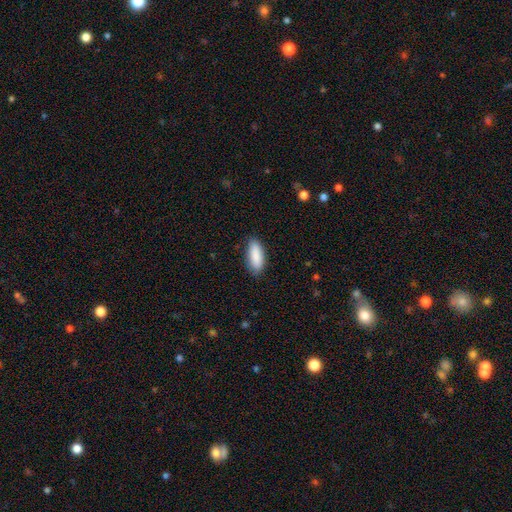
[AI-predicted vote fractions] smooth_or_featured: smooth (p=0.89) [alt: star or artifact p=0.06]
how_rounded: in between (p=0.77) [alt: cigar-shaped p=0.21]
merging: none (p=0.85) [alt: minor disturbance p=0.12]